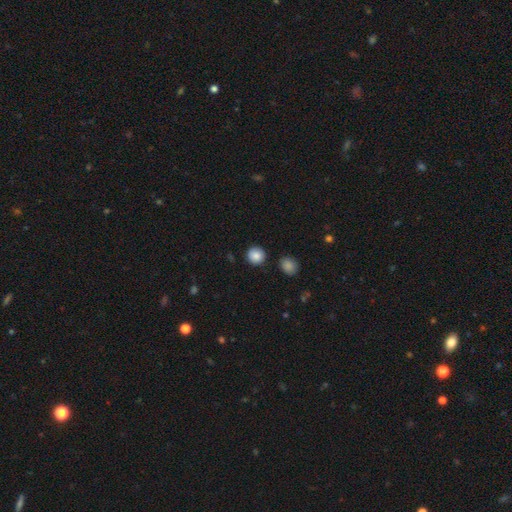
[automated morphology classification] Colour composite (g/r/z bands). It shows a smooth galaxy with no disk features (87%) that is round (93%). Merging: none (89%).